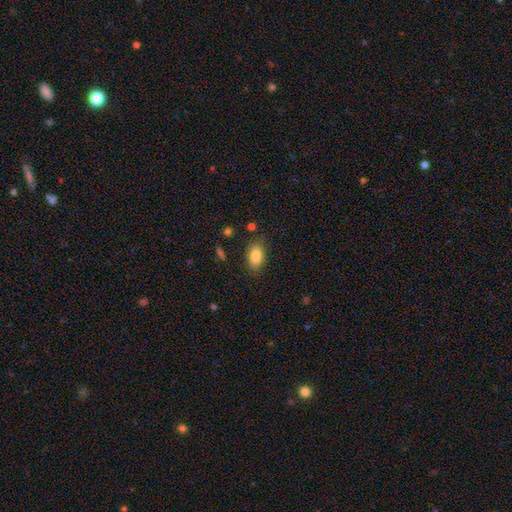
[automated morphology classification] This is clearly a smooth galaxy (84%). How rounded: clearly in between (89%). Merging: clearly none (81%).